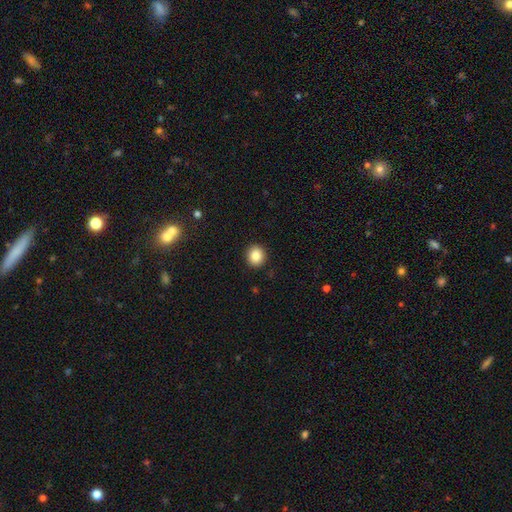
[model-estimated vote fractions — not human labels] A smooth galaxy with no disk features (85%) that is round (84%).

Vote fractions:
- Smooth or featured? smooth: 85% / star or artifact: 9% / featured or disk: 5%
- How rounded? round: 84% / in between: 15% / cigar-shaped: 1%
- Merging? none: 92% / minor disturbance: 5% / major disturbance: 2% / merger: 1%